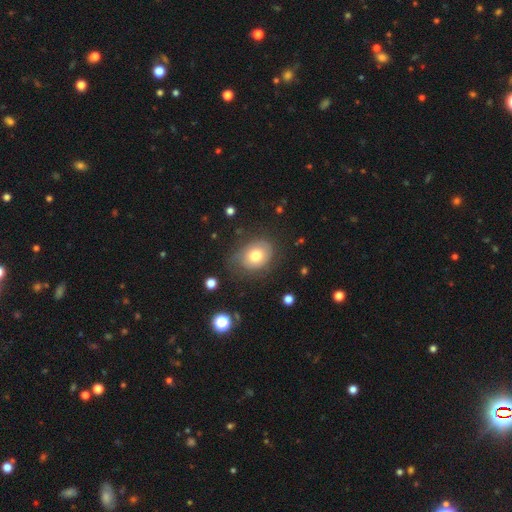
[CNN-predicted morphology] A smooth galaxy with no disk features (70%) that is in between round and cigar-shaped (53%). Merging: none (63%).